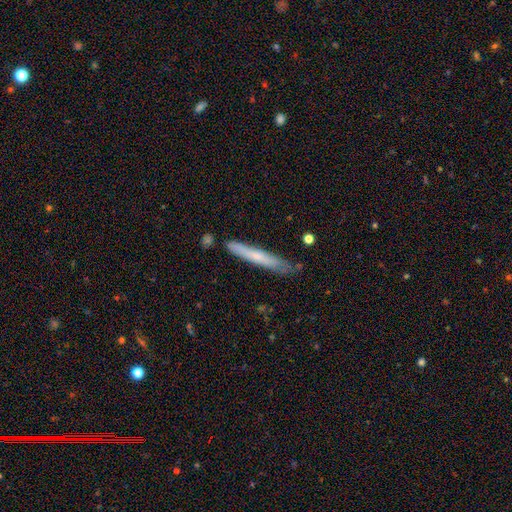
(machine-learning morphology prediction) A smooth galaxy with no disk features (56%) that is cigar-shaped (95%). Merging: none (73%).